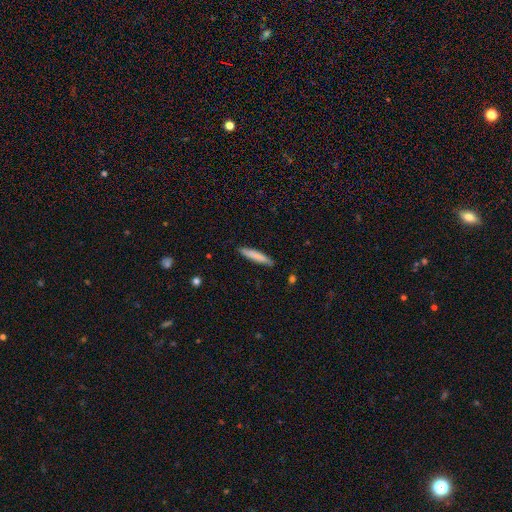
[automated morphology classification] type=smooth (77%); roundness=cigar-shaped (91%); merging=none (87%).